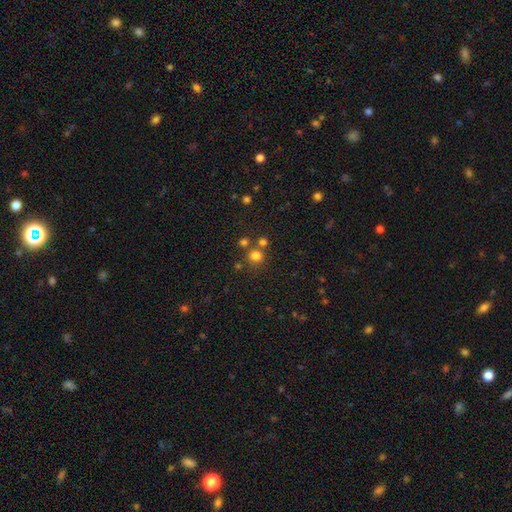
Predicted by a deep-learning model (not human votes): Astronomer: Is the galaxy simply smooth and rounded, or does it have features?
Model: smooth — 77%.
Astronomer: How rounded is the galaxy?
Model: round — 91%.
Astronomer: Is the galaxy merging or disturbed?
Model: none — 71%.